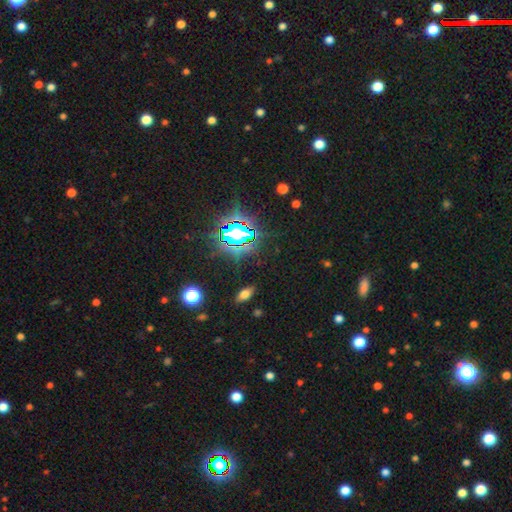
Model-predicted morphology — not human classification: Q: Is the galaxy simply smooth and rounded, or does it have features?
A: star or artifact — 81%.